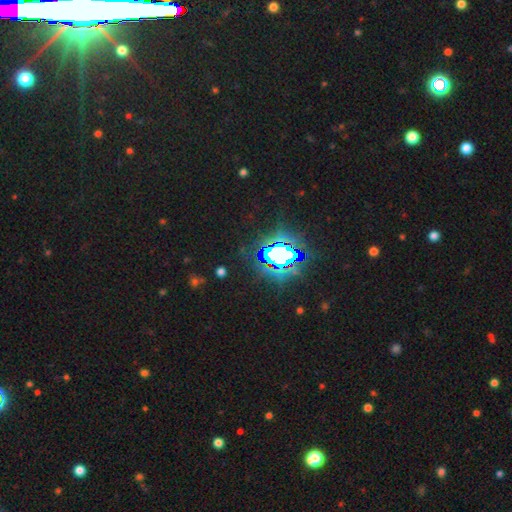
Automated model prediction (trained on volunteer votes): A star or artifact, not a galaxy (82%).

Vote fractions:
- Smooth or featured? star or artifact: 82% / smooth: 11% / featured or disk: 7%